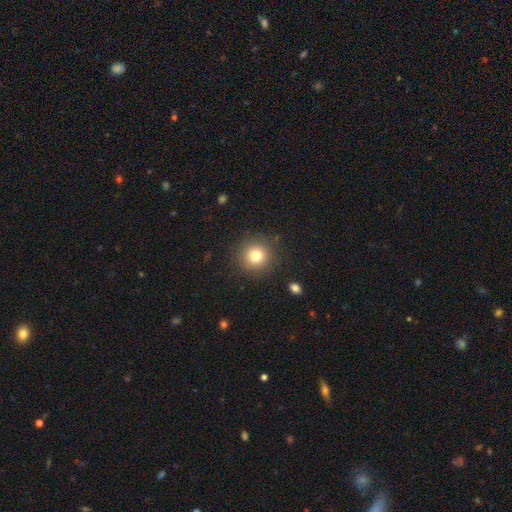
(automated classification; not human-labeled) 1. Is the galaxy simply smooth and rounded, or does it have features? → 78% smooth, 13% star or artifact, 9% featured or disk.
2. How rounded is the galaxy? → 93% round, 6% in between, 1% cigar-shaped.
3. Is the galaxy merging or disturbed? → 90% none, 6% minor disturbance, 3% major disturbance, 1% merger.